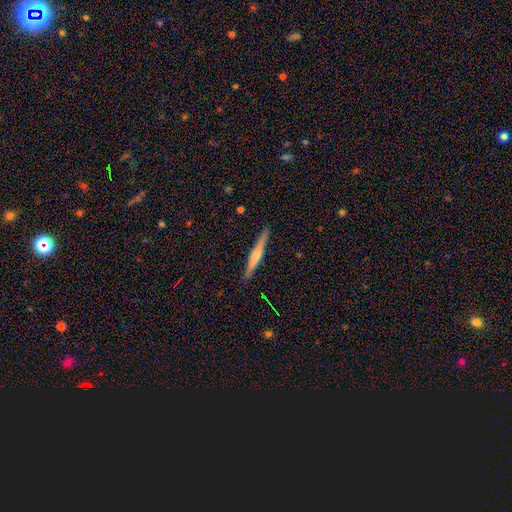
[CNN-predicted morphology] A featured or disk galaxy (56%) viewed edge-on (97%) with a rounded central bulge (67%).

Vote fractions:
- Smooth or featured? featured or disk: 56% / smooth: 38% / star or artifact: 6%
- Edge-on disk? yes: 97% / no: 3%
- Edge-on bulge? rounded: 67% / none: 21% / boxy: 12%
- Merging? none: 90% / minor disturbance: 8% / major disturbance: 1% / merger: 1%